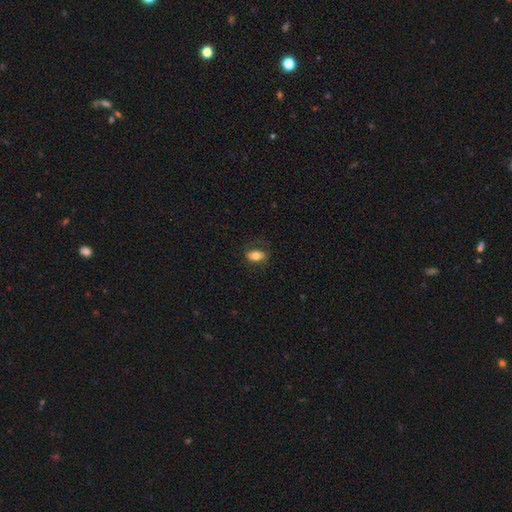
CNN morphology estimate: smooth_or_featured: smooth (p=0.69) [alt: featured or disk p=0.23]
how_rounded: in between (p=0.87) [alt: round p=0.09]
merging: none (p=0.71) [alt: minor disturbance p=0.18]